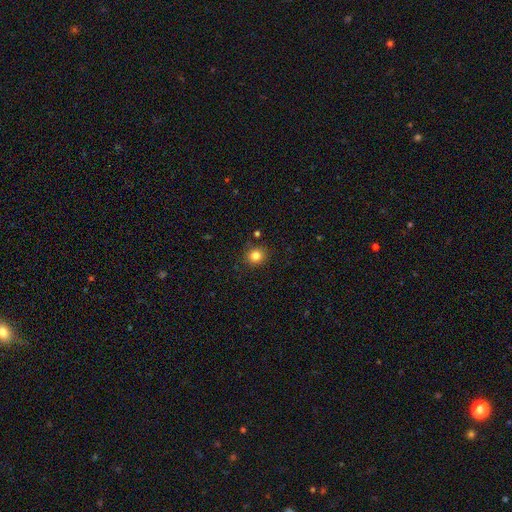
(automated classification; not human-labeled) Smooth or featured? Predicted: smooth (p=0.83). How rounded? Predicted: round (p=0.85). Merging? Predicted: none (p=0.88).